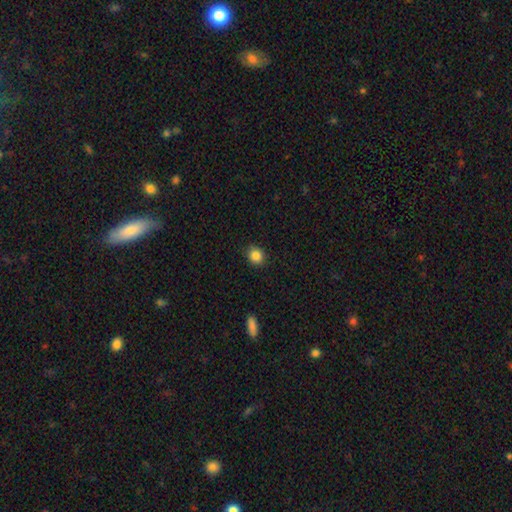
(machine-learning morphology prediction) Smooth or featured: smooth — 86% (star or artifact — 10%)
How rounded: round — 75% (in between — 24%)
Merging: none — 88% (minor disturbance — 9%)